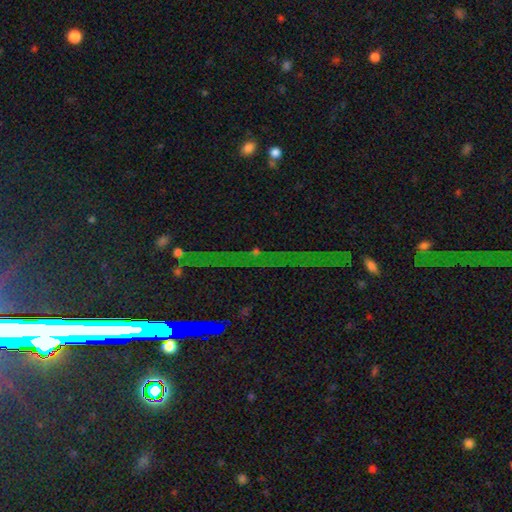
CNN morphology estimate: smooth_or_featured: star or artifact (p=0.74) [alt: featured or disk p=0.17]